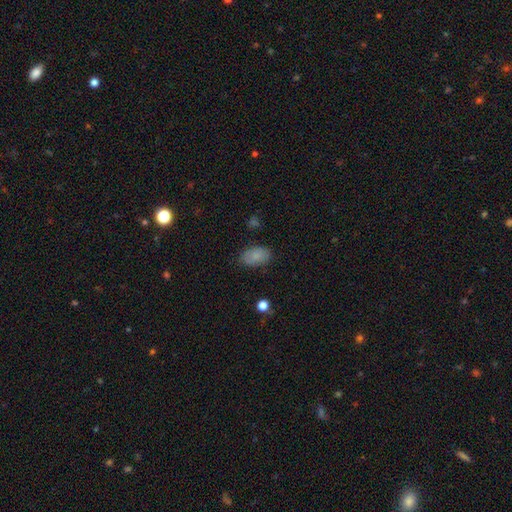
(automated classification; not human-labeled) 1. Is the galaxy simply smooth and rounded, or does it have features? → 84% smooth, 8% star or artifact, 7% featured or disk.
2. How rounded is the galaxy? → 92% in between, 7% round, 1% cigar-shaped.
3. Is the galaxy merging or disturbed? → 82% none, 13% minor disturbance, 3% major disturbance, 1% merger.